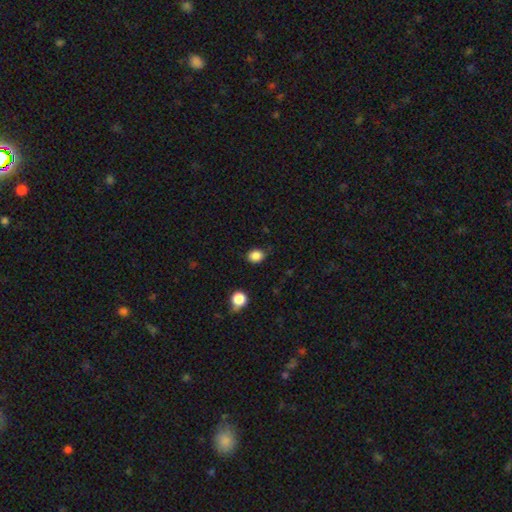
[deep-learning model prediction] Morphology: type=smooth (85%); roundness=round (58%); merging=none (82%).